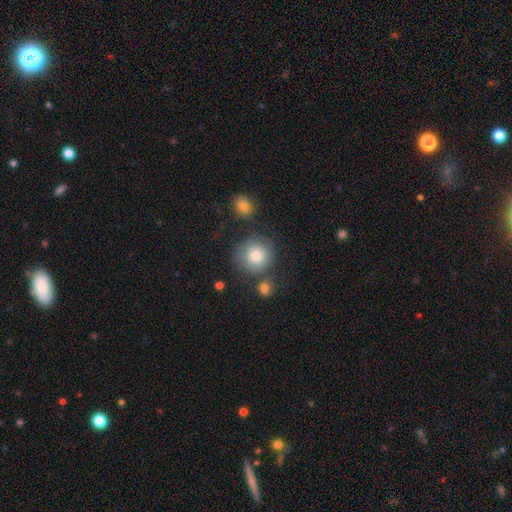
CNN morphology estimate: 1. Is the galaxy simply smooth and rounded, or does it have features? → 79% smooth, 12% featured or disk, 8% star or artifact.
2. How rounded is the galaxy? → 92% round, 7% in between, 1% cigar-shaped.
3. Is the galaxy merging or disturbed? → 72% none, 14% minor disturbance, 9% merger, 6% major disturbance.